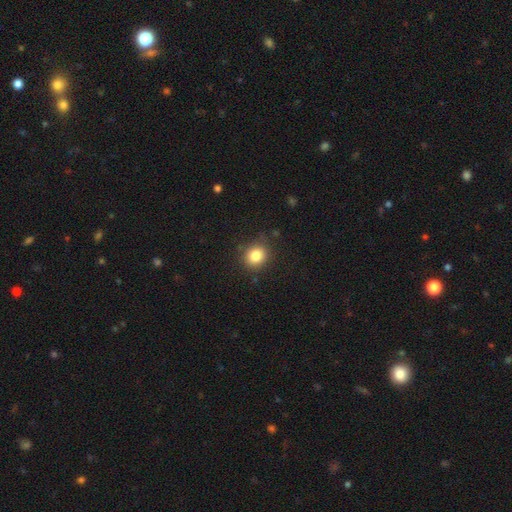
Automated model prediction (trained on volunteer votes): This appears to be a smooth galaxy with no disk features (83%) that is round (79%). Merging: none (85%).